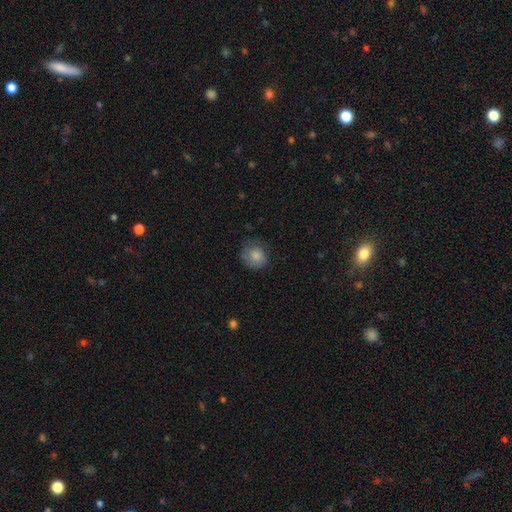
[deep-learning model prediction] A smooth galaxy with no disk features (83%) that is round (87%). Merging: none (71%).